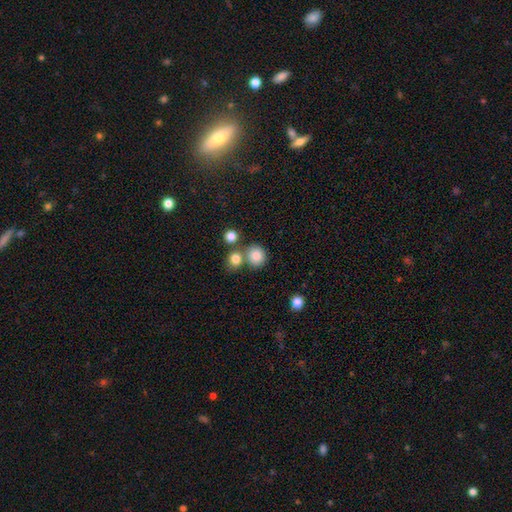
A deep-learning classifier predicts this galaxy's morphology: smooth-or-featured: smooth: 83% | star or artifact: 11% | featured or disk: 6%
  how-rounded: round: 84% | in between: 15% | cigar-shaped: 1%
  merging: none: 62% | merger: 25% | minor disturbance: 10% | major disturbance: 4%